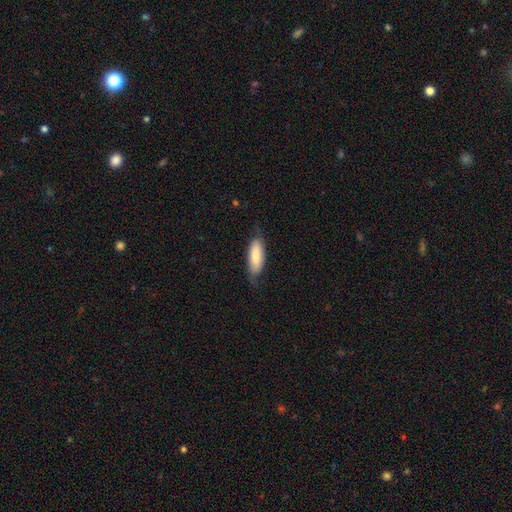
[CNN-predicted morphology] Smooth or featured?
  - smooth: 80% *
  - featured or disk: 15%
  - star or artifact: 6%
How rounded?
  - in between: 68% *
  - cigar-shaped: 30%
  - round: 2%
Merging?
  - none: 70% *
  - minor disturbance: 24%
  - major disturbance: 5%
  - merger: 1%